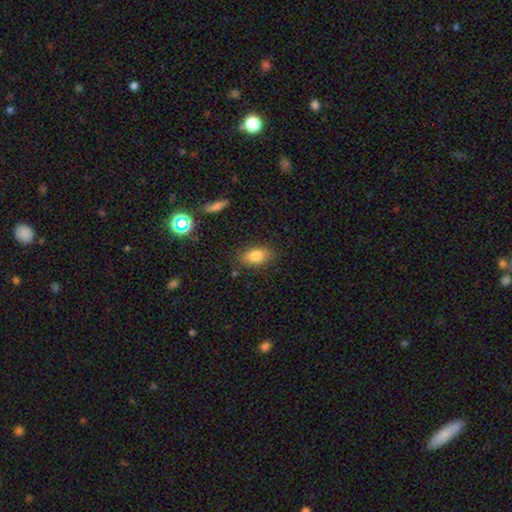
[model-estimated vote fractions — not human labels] Morphology: type=smooth (82%); roundness=in between (87%); merging=none (82%).